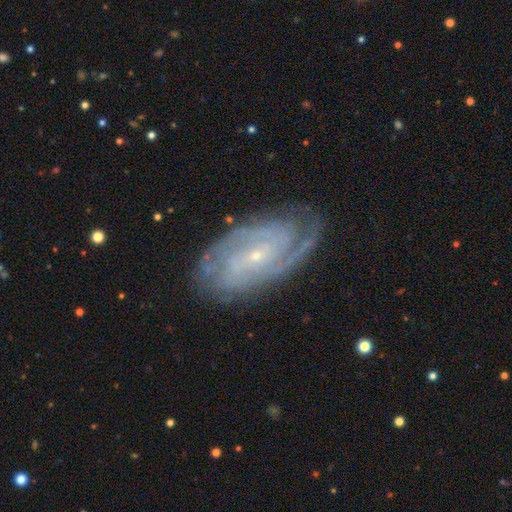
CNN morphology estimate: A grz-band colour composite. It shows a featured or disk galaxy (87%) with no bar (52%), 2 (31%) tight (67%) spiral arms (96%) and a small central bulge (87%). Merging: none (77%).